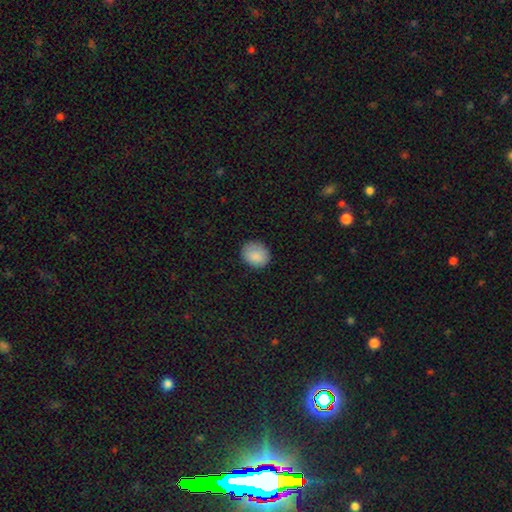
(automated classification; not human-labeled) The model was most divided on "how rounded": round: 64%, in between: 35%, cigar-shaped: 1%. More confident: smooth or featured — smooth (88%); merging — none (84%).